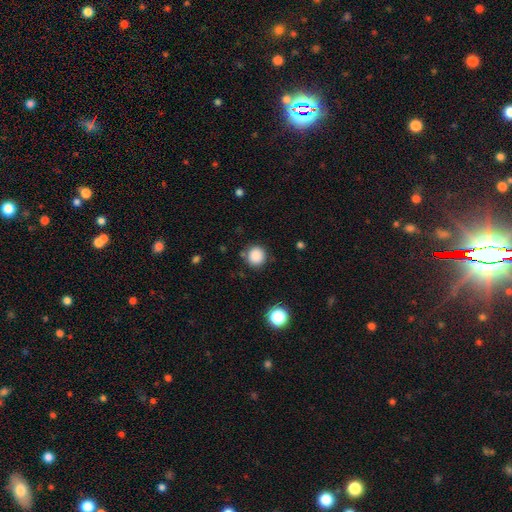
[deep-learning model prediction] smooth 86%, star or artifact 11%, featured or disk 3%. Down the decision tree: how rounded — round (92%); merging — none (83%).